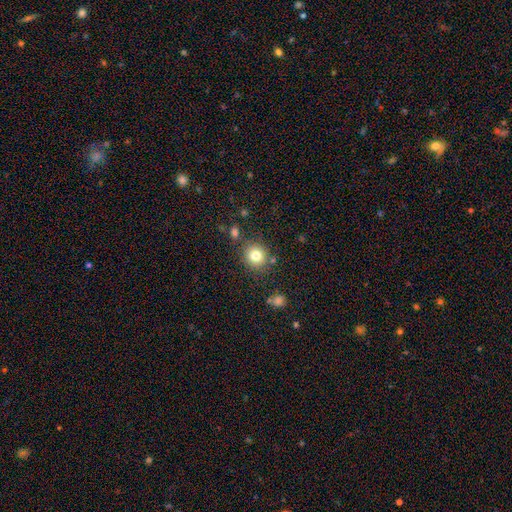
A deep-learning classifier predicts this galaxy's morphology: Smooth or featured? Predicted: smooth (p=0.80). How rounded? Predicted: round (p=0.91). Merging? Predicted: none (p=0.83).